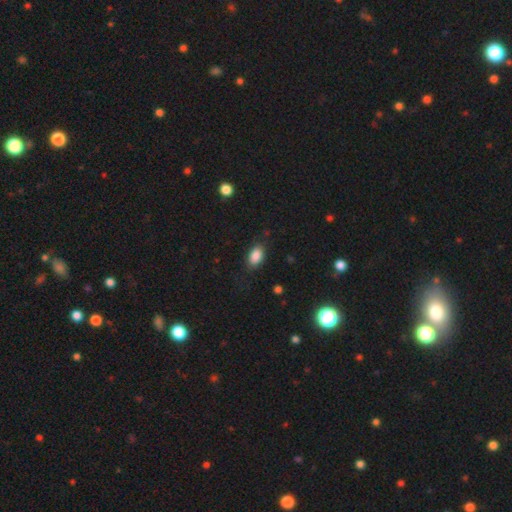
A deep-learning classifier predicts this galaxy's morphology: Smooth or featured?
  - smooth: 87% *
  - star or artifact: 8%
  - featured or disk: 5%
How rounded?
  - in between: 91% *
  - round: 7%
  - cigar-shaped: 2%
Merging?
  - none: 80% *
  - minor disturbance: 15%
  - major disturbance: 4%
  - merger: 1%